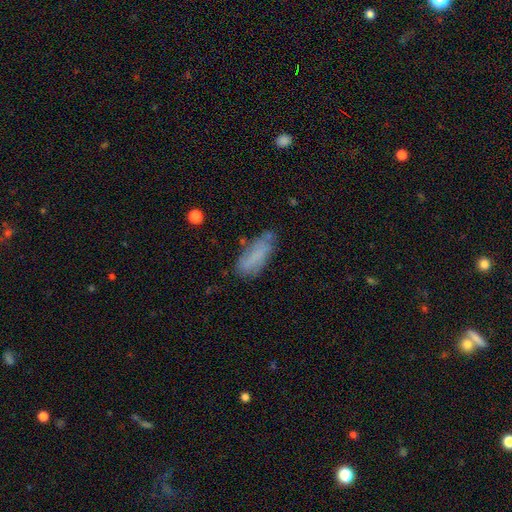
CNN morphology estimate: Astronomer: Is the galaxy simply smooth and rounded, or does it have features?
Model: smooth — 72%.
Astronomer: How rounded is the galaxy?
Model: in between — 65%.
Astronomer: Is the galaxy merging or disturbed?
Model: none — 55%.